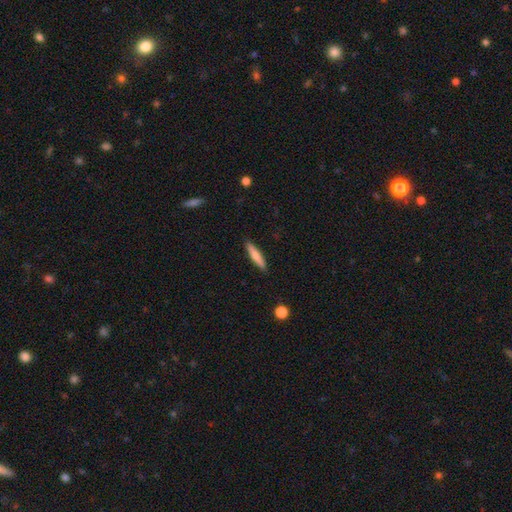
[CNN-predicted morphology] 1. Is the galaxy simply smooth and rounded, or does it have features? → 73% smooth, 21% featured or disk, 6% star or artifact.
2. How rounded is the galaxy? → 88% cigar-shaped, 11% in between, 1% round.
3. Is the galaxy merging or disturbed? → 90% none, 7% minor disturbance, 2% major disturbance, 1% merger.